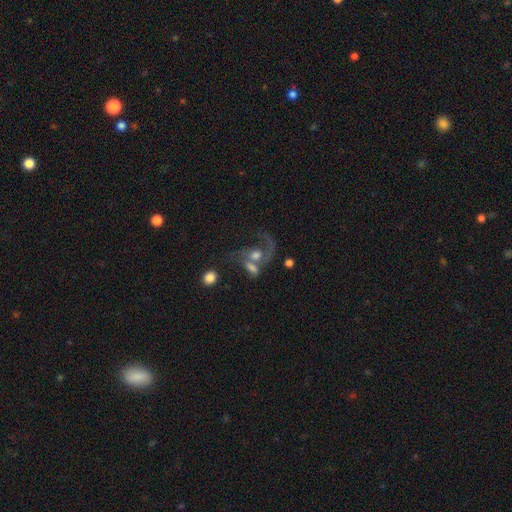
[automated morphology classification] smooth_or_featured: featured or disk (p=0.61) [alt: smooth p=0.28]
disk_edge_on: no (p=0.96) [alt: yes p=0.04]
bar: no (p=0.68) [alt: weak p=0.25]
has_spiral_arms: yes (p=0.77) [alt: no p=0.23]
bulge_size: moderate (p=0.50) [alt: large p=0.23]
merging: merger (p=0.57) [alt: major disturbance p=0.20]